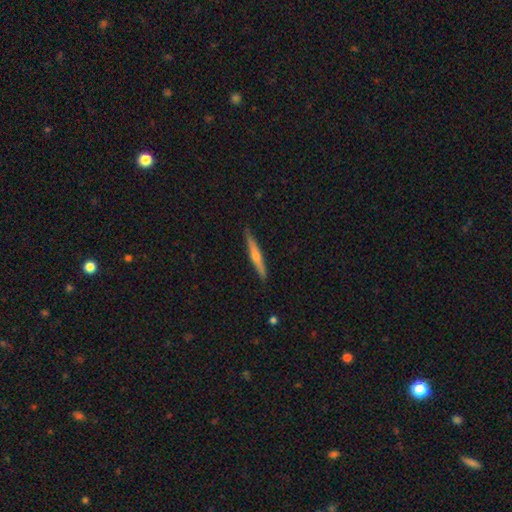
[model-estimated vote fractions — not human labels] This is likely a featured or disk galaxy (63%). It is clearly viewed edge-on (97%). Edge-on bulge: likely rounded (75%). Merging: clearly none (91%).